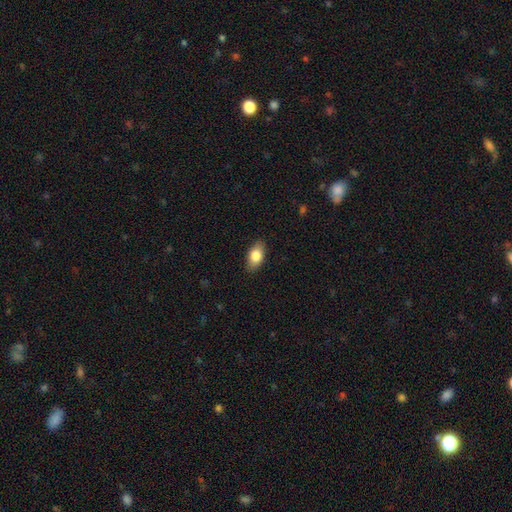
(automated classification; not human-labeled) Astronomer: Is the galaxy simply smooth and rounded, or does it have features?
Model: smooth — 80%.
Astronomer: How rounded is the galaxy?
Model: in between — 89%.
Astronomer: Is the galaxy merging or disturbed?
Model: none — 87%.